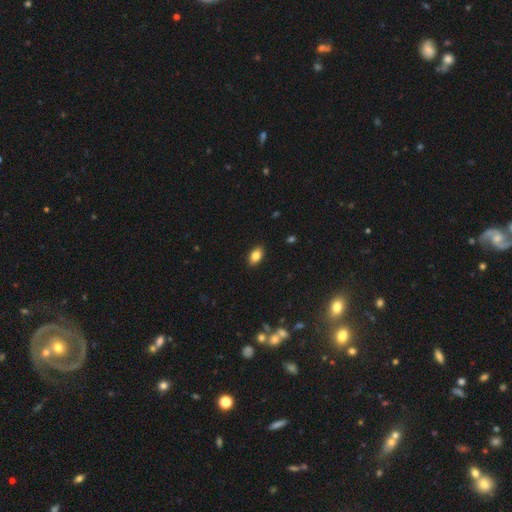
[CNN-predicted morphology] Smooth or featured?
  - smooth: 83% *
  - star or artifact: 9%
  - featured or disk: 8%
How rounded?
  - in between: 90% *
  - round: 8%
  - cigar-shaped: 2%
Merging?
  - none: 89% *
  - minor disturbance: 8%
  - major disturbance: 2%
  - merger: 1%